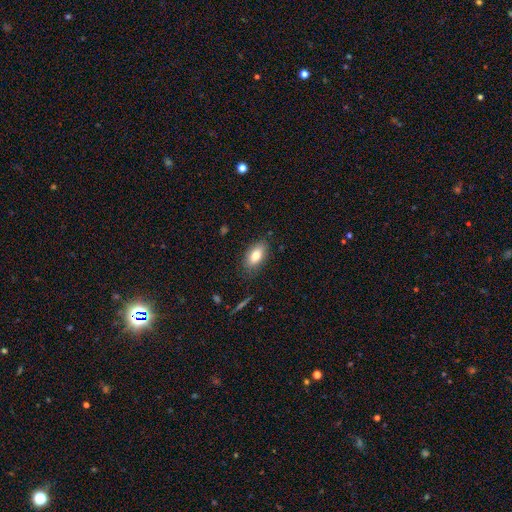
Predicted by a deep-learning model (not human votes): A smooth galaxy with no disk features (81%) that is in between round and cigar-shaped (89%). Merging: none (84%).